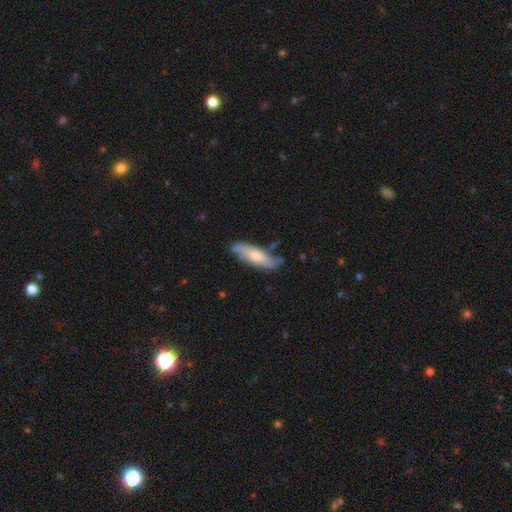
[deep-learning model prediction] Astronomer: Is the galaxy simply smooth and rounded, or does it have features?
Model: featured or disk — 49% (runner-up: smooth, 45%).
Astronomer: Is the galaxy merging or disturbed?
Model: none — 66%.